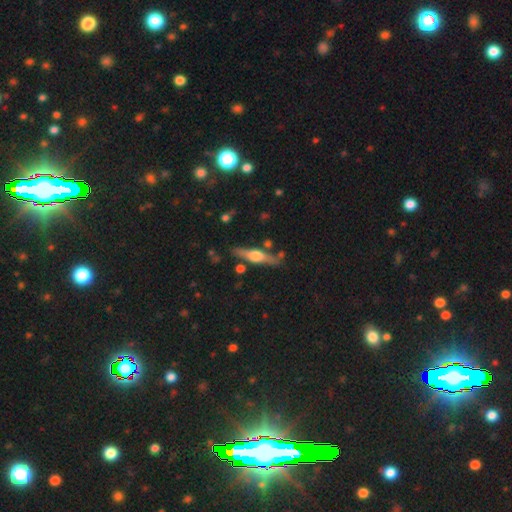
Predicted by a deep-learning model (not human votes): Q: Smooth or featured?
A: featured or disk (66%); runner-up: smooth (28%)
Q: Edge-on disk?
A: yes (95%); runner-up: no (5%)
Q: Edge-on bulge?
A: rounded (92%); runner-up: boxy (6%)
Q: Merging?
A: none (80%); runner-up: minor disturbance (12%)